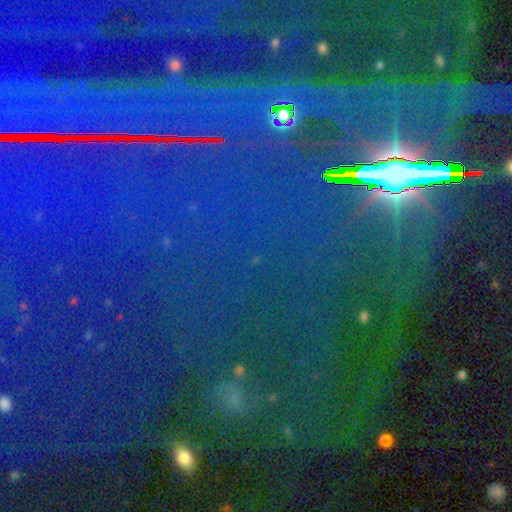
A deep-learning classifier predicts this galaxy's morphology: A star or artifact, not a galaxy (85%).

Vote fractions:
- Smooth or featured? star or artifact: 85% / smooth: 8% / featured or disk: 7%